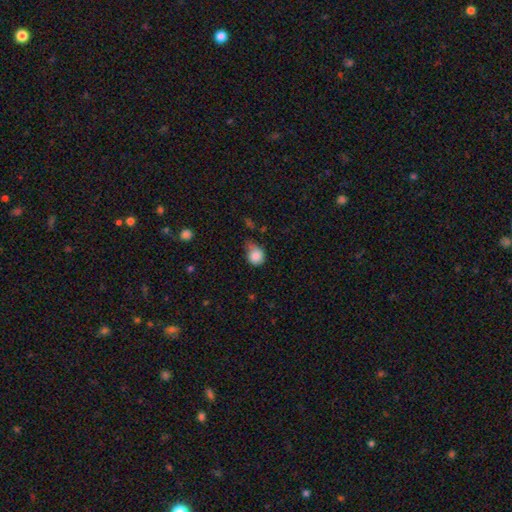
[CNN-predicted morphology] Smooth or featured?
  - smooth: 85% *
  - star or artifact: 9%
  - featured or disk: 6%
How rounded?
  - round: 70% *
  - in between: 29%
  - cigar-shaped: 1%
Merging?
  - minor disturbance: 41% *
  - none: 36%
  - major disturbance: 18%
  - merger: 5%